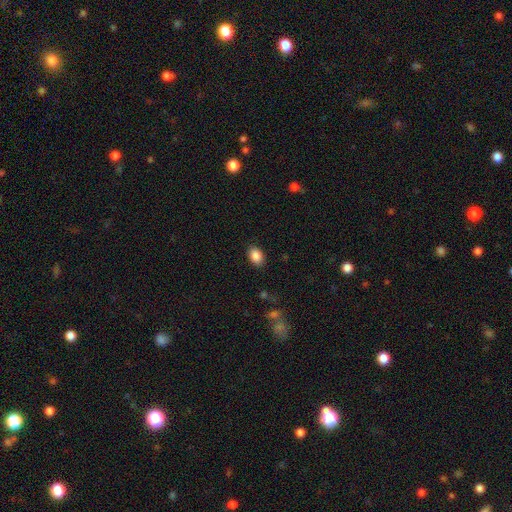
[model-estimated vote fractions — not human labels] A smooth galaxy with no disk features (88%) that is in between round and cigar-shaped (82%).

Vote fractions:
- Smooth or featured? smooth: 88% / star or artifact: 8% / featured or disk: 4%
- How rounded? in between: 82% / round: 16% / cigar-shaped: 1%
- Merging? none: 87% / minor disturbance: 9% / major disturbance: 2% / merger: 1%